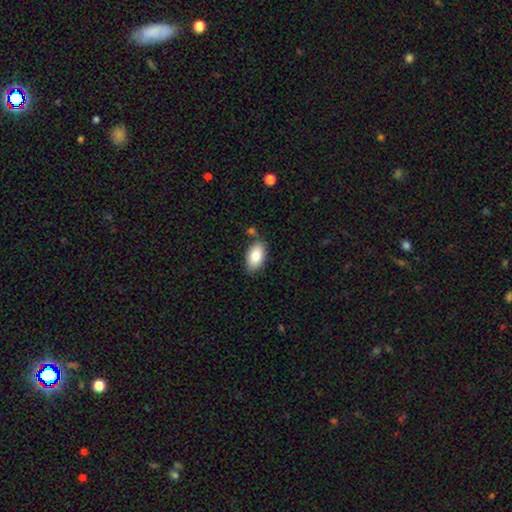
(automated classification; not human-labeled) smooth_or_featured: smooth (p=0.83) [alt: featured or disk p=0.10]
how_rounded: in between (p=0.94) [alt: round p=0.04]
merging: none (p=0.76) [alt: minor disturbance p=0.15]